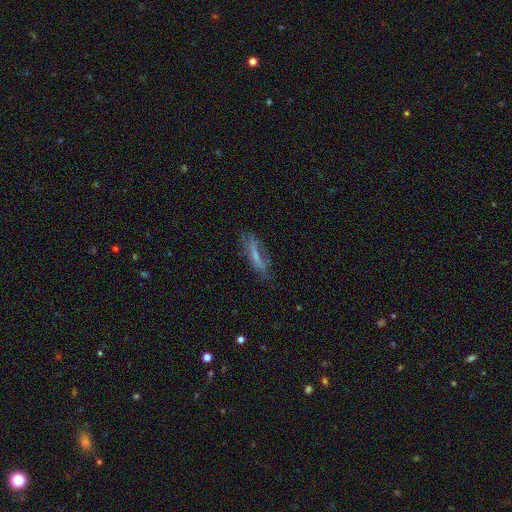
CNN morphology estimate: Smooth or featured: smooth — 45% (tied with featured or disk — 45%)
Merging: none — 55% (minor disturbance — 26%)